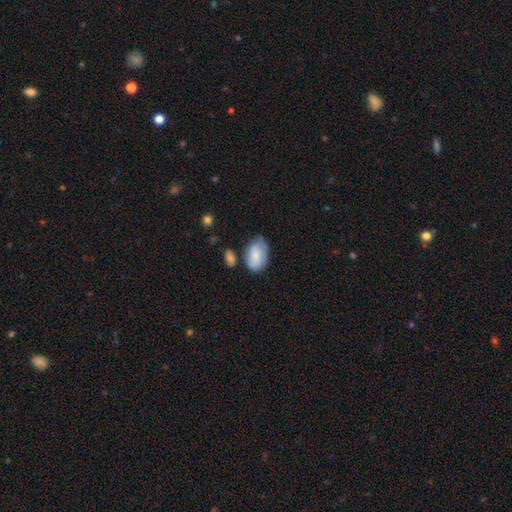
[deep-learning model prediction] Q: Smooth or featured?
A: smooth (78%); runner-up: featured or disk (15%)
Q: How rounded?
A: in between (89%); runner-up: round (10%)
Q: Merging?
A: none (55%); runner-up: minor disturbance (28%)